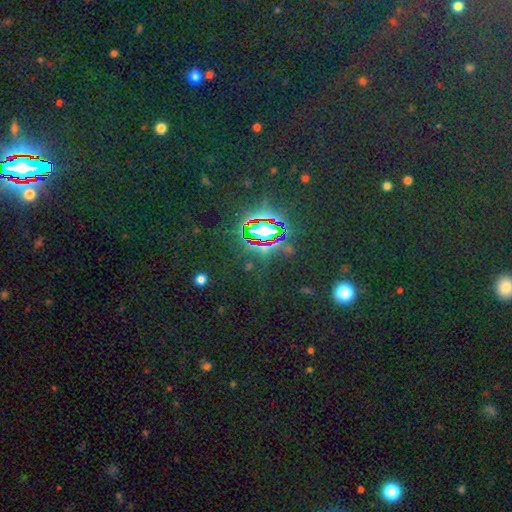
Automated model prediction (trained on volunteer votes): smooth-or-featured: star or artifact: 83% | smooth: 9% | featured or disk: 8%